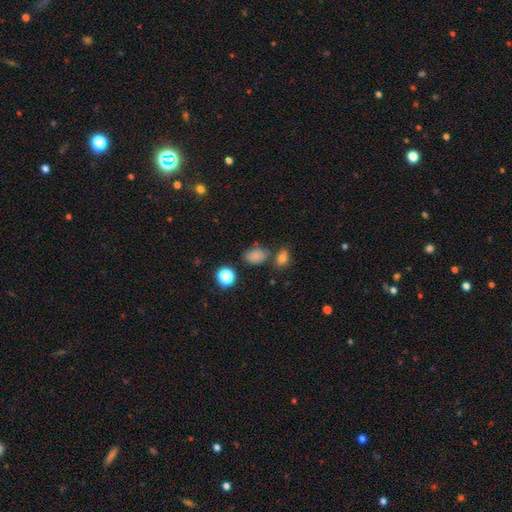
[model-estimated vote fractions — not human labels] Smooth or featured?
  - smooth: 75% *
  - star or artifact: 18%
  - featured or disk: 7%
How rounded?
  - in between: 72% *
  - round: 27%
  - cigar-shaped: 1%
Merging?
  - none: 62% *
  - minor disturbance: 19%
  - merger: 13%
  - major disturbance: 6%